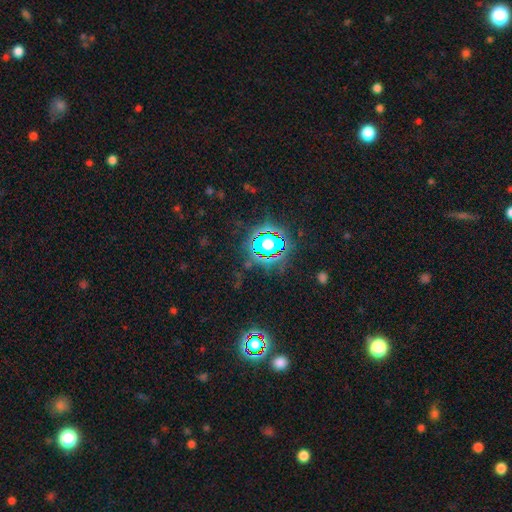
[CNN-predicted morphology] Overall: star or artifact (81%).